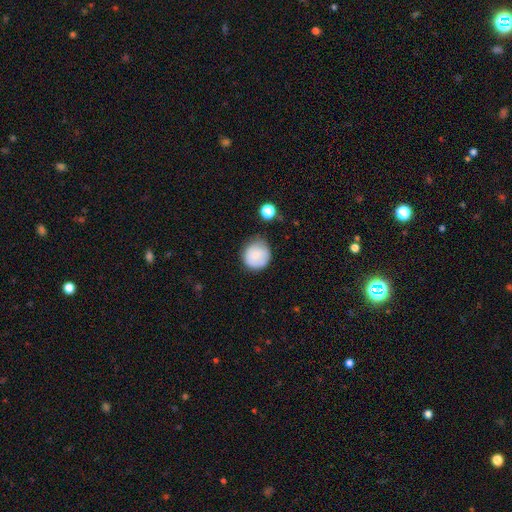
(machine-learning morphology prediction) smooth 75%, featured or disk 18%, star or artifact 8%. Down the decision tree: how rounded — round (89%); merging — none (67%).